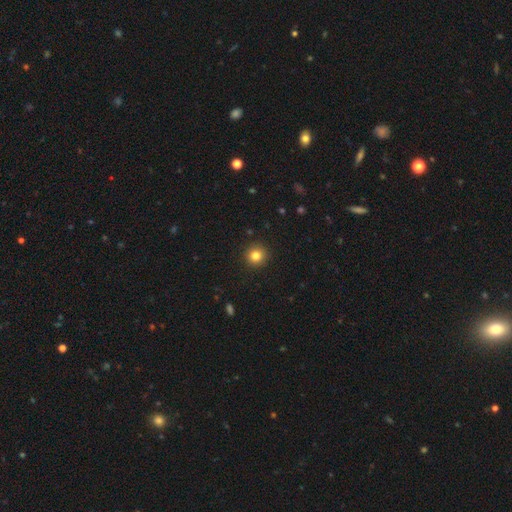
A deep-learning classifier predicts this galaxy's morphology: Smooth or featured? smooth (82%)
How rounded? round (94%)
Merging? none (92%)